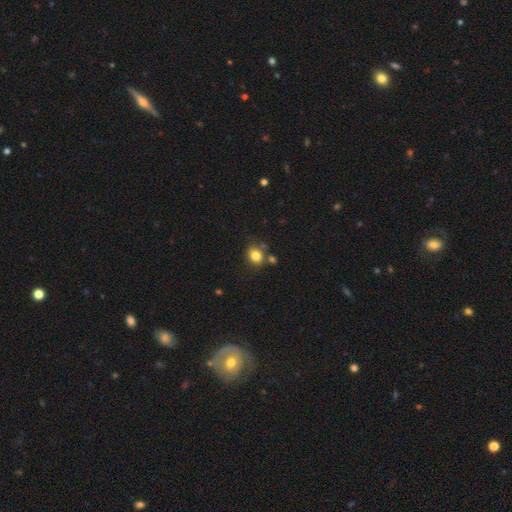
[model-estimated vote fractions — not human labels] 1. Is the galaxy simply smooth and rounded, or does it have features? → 82% smooth, 11% star or artifact, 7% featured or disk.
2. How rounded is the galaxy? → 60% round, 39% in between, 1% cigar-shaped.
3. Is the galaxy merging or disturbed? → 69% none, 15% minor disturbance, 12% merger, 4% major disturbance.